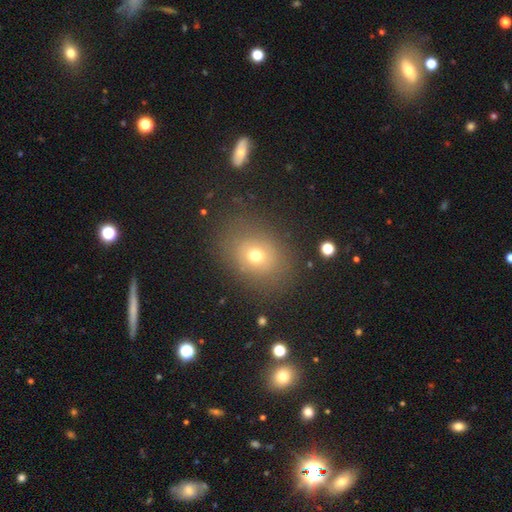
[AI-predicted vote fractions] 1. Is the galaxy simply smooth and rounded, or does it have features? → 68% smooth, 17% star or artifact, 15% featured or disk.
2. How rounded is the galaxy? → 52% round, 47% in between, 1% cigar-shaped.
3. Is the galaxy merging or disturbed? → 79% none, 12% minor disturbance, 6% major disturbance, 2% merger.